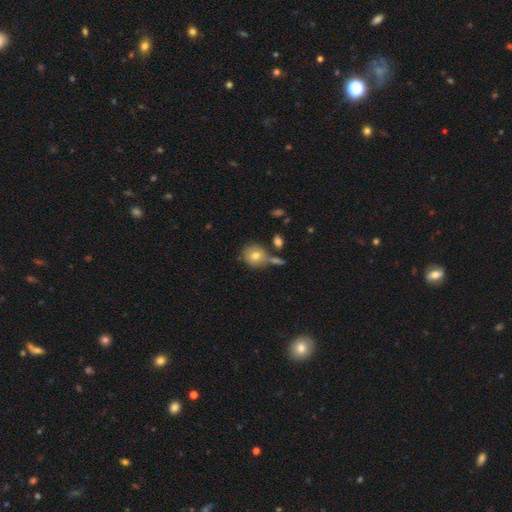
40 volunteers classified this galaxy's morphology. This is likely a smooth galaxy (72%). How rounded: likely round (79%). Merging: likely none (63%).